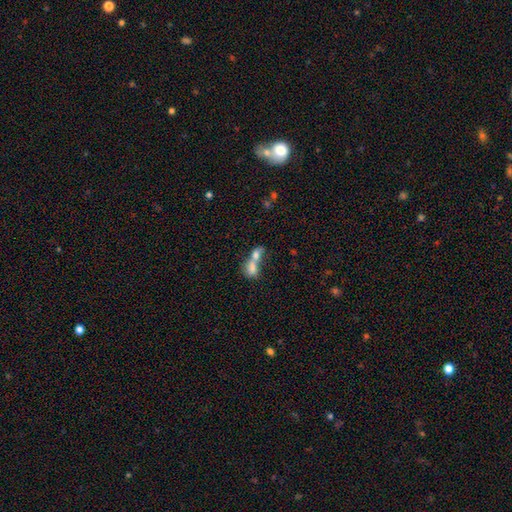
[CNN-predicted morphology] A smooth galaxy with no disk features (71%) that is in between round and cigar-shaped (71%).

Vote fractions:
- Smooth or featured? smooth: 71% / featured or disk: 19% / star or artifact: 10%
- How rounded? in between: 71% / round: 20% / cigar-shaped: 8%
- Merging? merger: 76% / none: 13% / major disturbance: 5% / minor disturbance: 5%